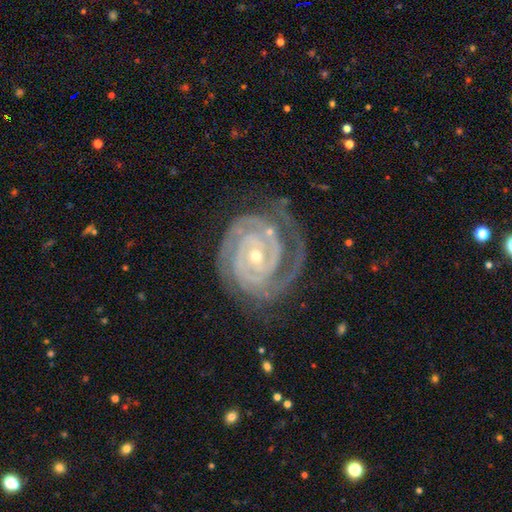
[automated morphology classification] Smooth or featured: featured or disk — 92% (star or artifact — 5%)
Edge-on disk: no — 97% (yes — 3%)
Bar: no — 59% (weak — 26%)
Spiral arms: yes — 98% (no — 2%)
Spiral winding: tight — 82% (medium — 16%)
Spiral arm count: 2 — 54% (3 — 20%)
Bulge size: small — 66% (moderate — 31%)
Merging: none — 68% (minor disturbance — 20%)